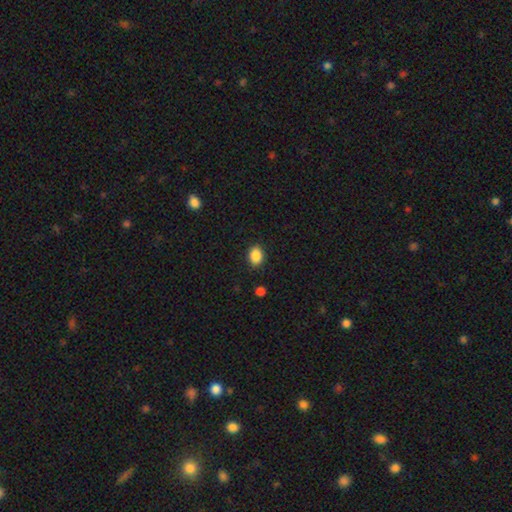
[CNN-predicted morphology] Overall: smooth (88%). How rounded: in between (66%; round 33%). Merging: none (88%).